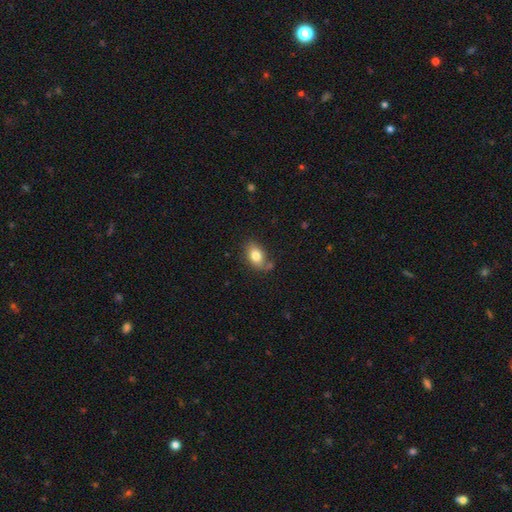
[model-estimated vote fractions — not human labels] This appears to be a smooth galaxy with no disk features (80%) that is in between round and cigar-shaped (83%). Merging: none (71%).